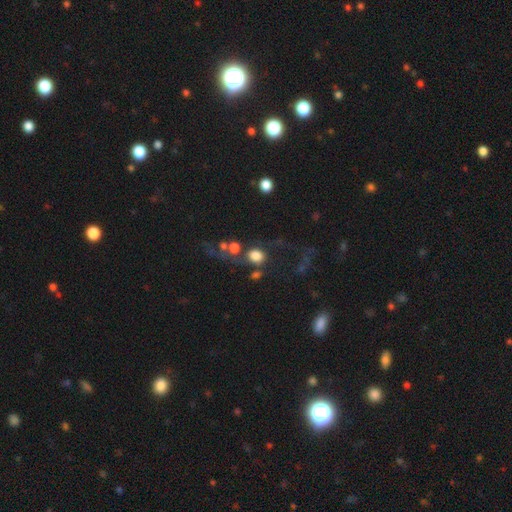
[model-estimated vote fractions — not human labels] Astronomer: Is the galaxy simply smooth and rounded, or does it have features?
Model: smooth — 75%.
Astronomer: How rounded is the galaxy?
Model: round — 62%.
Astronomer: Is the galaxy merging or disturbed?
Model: none — 45% (runner-up: merger, 22%).